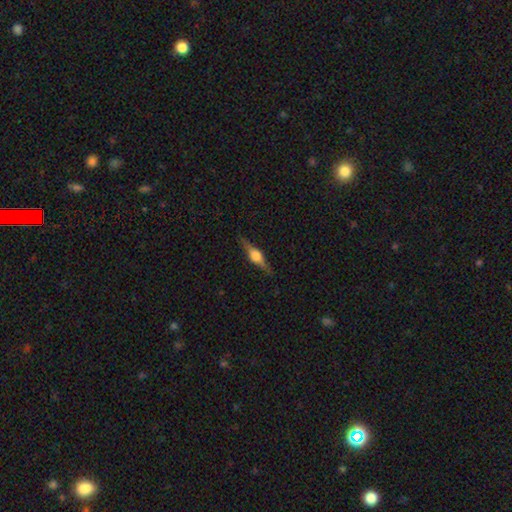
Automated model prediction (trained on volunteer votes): Morphology: type=featured or disk (79%); edge-on=yes (98%); edge-on bulge=rounded (92%); merging=none (89%).